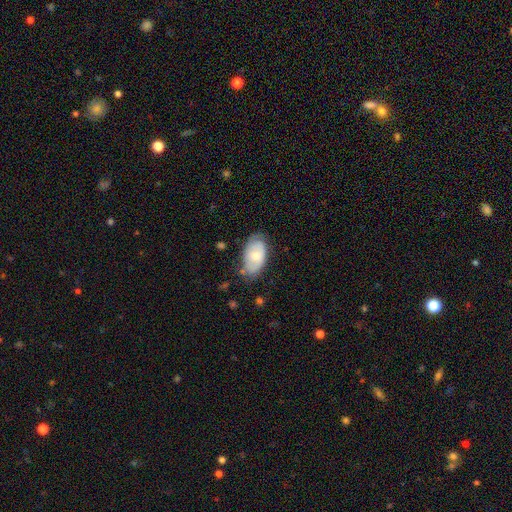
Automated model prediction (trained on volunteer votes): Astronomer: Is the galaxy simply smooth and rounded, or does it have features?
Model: smooth — 62%.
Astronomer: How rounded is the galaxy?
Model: in between — 94%.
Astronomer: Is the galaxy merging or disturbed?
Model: none — 66%.